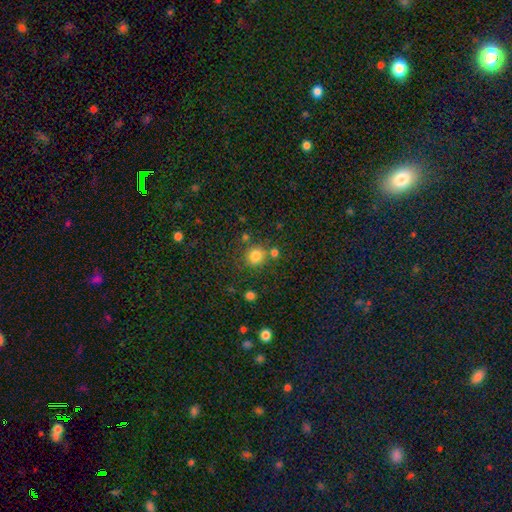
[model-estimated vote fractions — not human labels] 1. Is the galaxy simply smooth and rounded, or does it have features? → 80% smooth, 13% star or artifact, 7% featured or disk.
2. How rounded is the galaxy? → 85% round, 14% in between, 1% cigar-shaped.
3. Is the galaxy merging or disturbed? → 69% none, 15% merger, 12% minor disturbance, 4% major disturbance.